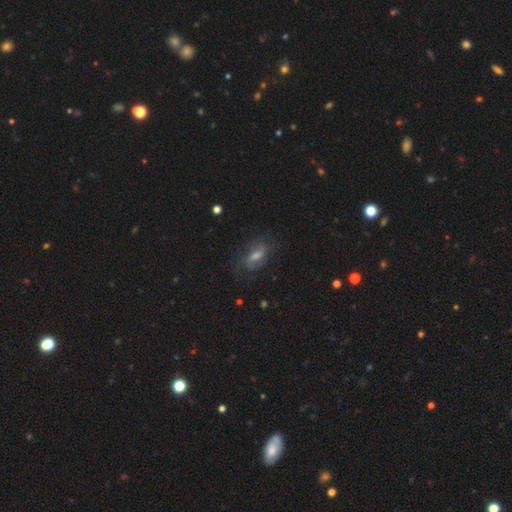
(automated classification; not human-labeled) Q: Smooth or featured?
A: featured or disk (49%); runner-up: smooth (33%)
Q: Merging?
A: none (70%); runner-up: minor disturbance (18%)